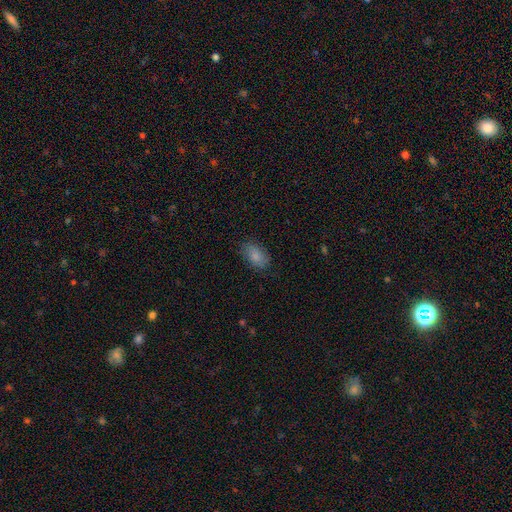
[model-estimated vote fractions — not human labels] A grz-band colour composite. It shows a smooth galaxy with no disk features (84%) that is in between round and cigar-shaped (91%). Merging: none (80%).